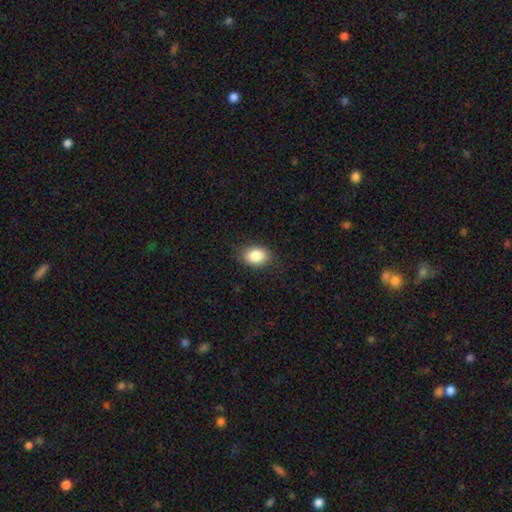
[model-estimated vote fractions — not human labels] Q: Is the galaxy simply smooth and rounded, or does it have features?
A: smooth — 85%.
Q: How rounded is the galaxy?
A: in between — 76%.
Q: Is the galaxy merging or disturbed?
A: none — 85%.